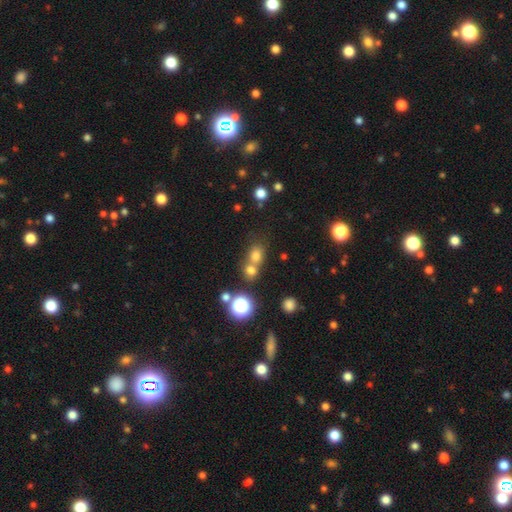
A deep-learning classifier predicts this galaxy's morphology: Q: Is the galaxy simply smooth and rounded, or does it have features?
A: smooth — 70%.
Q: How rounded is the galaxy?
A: round — 65%.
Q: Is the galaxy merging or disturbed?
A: merger — 46%.